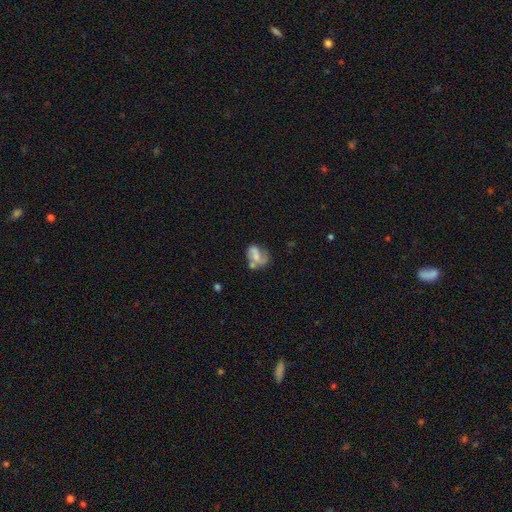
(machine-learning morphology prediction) type=featured or disk (46%); merging=none (35%).